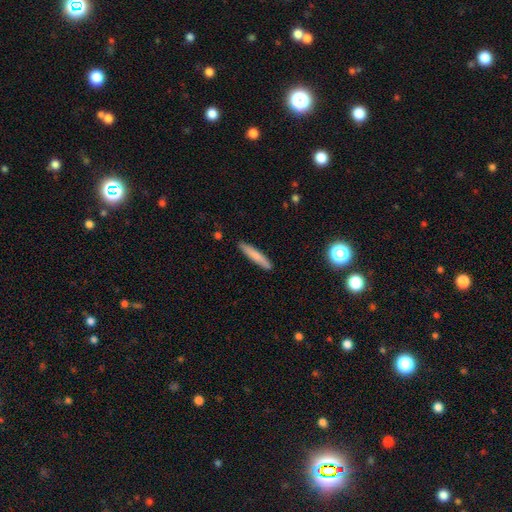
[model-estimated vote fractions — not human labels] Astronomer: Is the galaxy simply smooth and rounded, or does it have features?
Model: smooth — 76%.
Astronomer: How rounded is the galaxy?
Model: cigar-shaped — 92%.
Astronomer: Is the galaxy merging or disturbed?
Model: none — 89%.